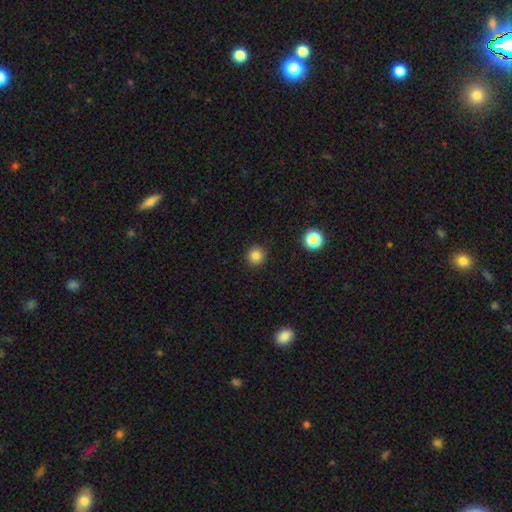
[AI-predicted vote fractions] Smooth or featured: smooth — 83% (star or artifact — 13%)
How rounded: round — 95% (in between — 4%)
Merging: none — 92% (minor disturbance — 5%)